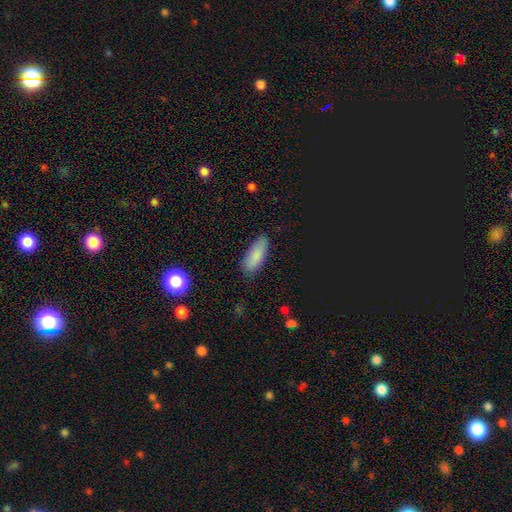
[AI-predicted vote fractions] Smooth or featured?
  - smooth: 85% *
  - star or artifact: 8%
  - featured or disk: 7%
How rounded?
  - in between: 68% *
  - cigar-shaped: 30%
  - round: 2%
Merging?
  - none: 83% *
  - minor disturbance: 13%
  - major disturbance: 3%
  - merger: 1%